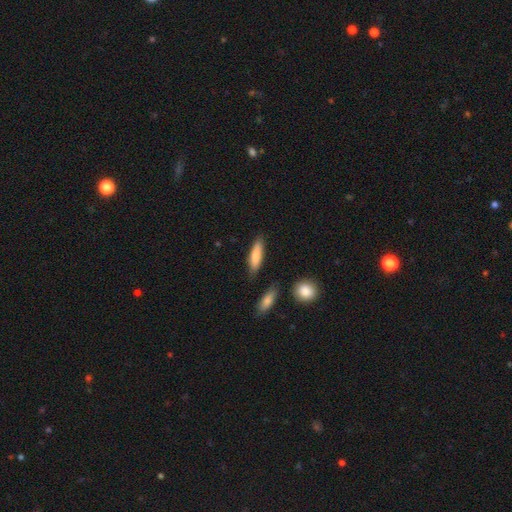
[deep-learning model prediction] Smooth or featured?
  - smooth: 82% *
  - featured or disk: 12%
  - star or artifact: 6%
How rounded?
  - cigar-shaped: 63% *
  - in between: 35%
  - round: 2%
Merging?
  - none: 80% *
  - minor disturbance: 13%
  - merger: 4%
  - major disturbance: 3%